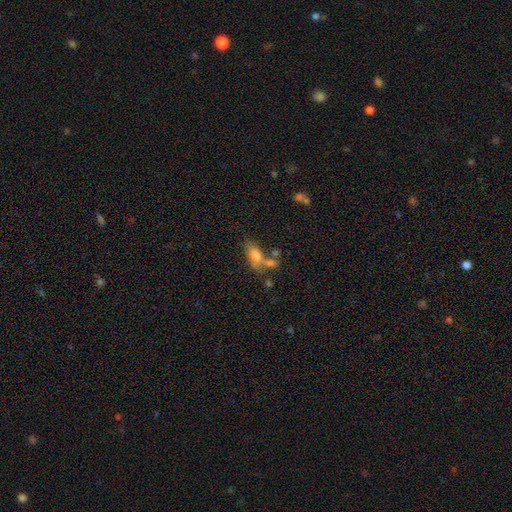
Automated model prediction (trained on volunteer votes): smooth-or-featured: smooth: 72% | featured or disk: 18% | star or artifact: 10%
  how-rounded: in between: 84% | round: 8% | cigar-shaped: 8%
  merging: none: 41% | merger: 32% | minor disturbance: 17% | major disturbance: 10%